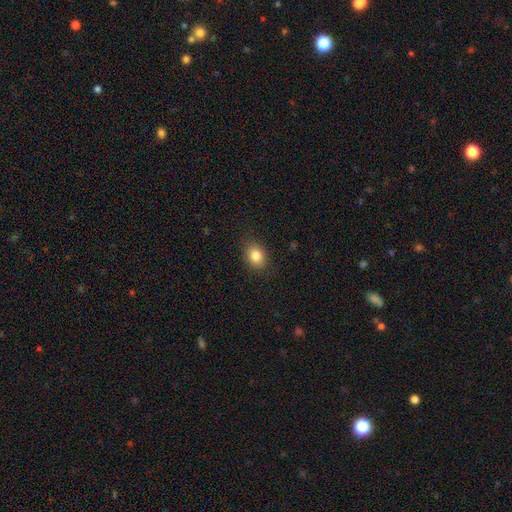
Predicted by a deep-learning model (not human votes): This is clearly a smooth galaxy (85%). How rounded: likely in between (66%). Merging: clearly none (85%).